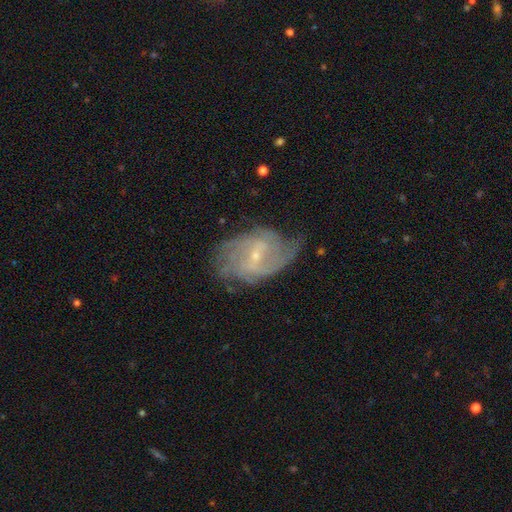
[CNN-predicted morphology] Q: Smooth or featured?
A: featured or disk (84%); runner-up: smooth (9%)
Q: Edge-on disk?
A: no (96%); runner-up: yes (4%)
Q: Bar?
A: weak (55%); runner-up: no (24%)
Q: Spiral arms?
A: yes (93%); runner-up: no (7%)
Q: Spiral winding?
A: medium (43%); runner-up: tight (38%)
Q: Spiral arm count?
A: can't tell (33%); runner-up: 2 (31%)
Q: Bulge size?
A: small (77%); runner-up: moderate (19%)
Q: Merging?
A: none (63%); runner-up: minor disturbance (23%)